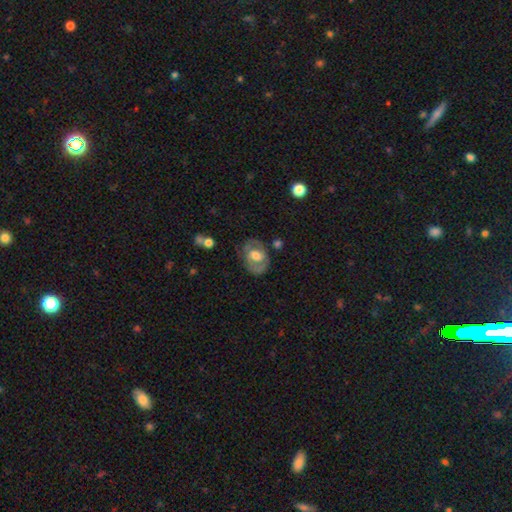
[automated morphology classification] type=featured or disk (60%); edge-on=no (95%); bar=no (54%); spiral arms=yes (54%); bulge=moderate (55%); merging=none (66%).